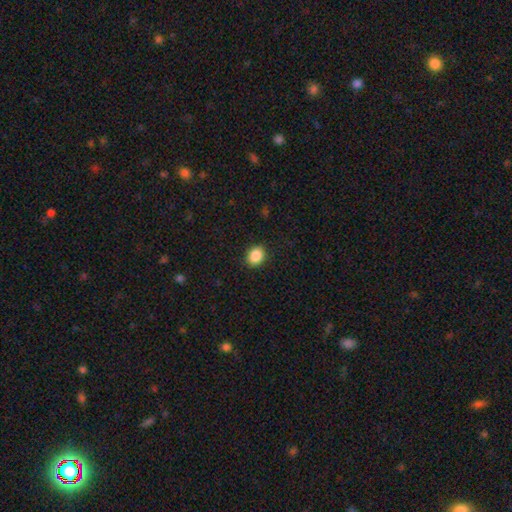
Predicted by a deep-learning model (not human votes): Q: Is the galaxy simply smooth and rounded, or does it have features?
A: smooth — 88%.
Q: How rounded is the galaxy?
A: round — 55%.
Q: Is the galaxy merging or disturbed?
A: none — 89%.